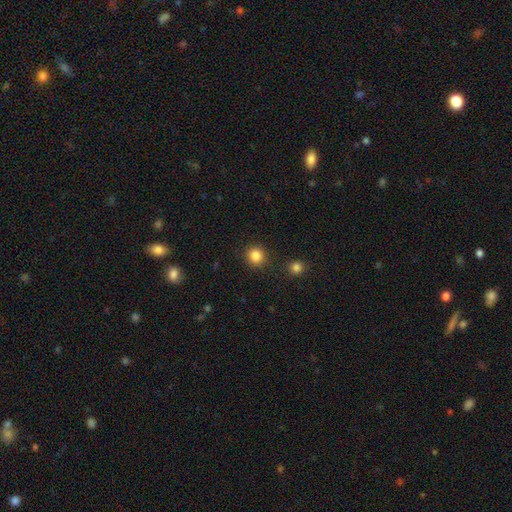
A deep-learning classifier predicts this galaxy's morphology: Smooth or featured? smooth (85%)
How rounded? round (90%)
Merging? none (88%)